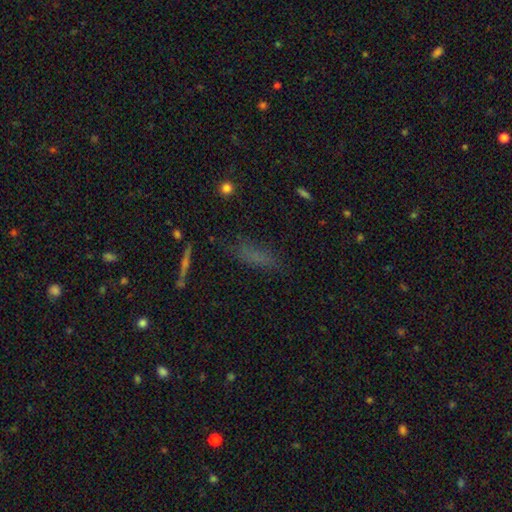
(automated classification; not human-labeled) Smooth or featured?
  - smooth: 63% *
  - star or artifact: 20%
  - featured or disk: 17%
How rounded?
  - cigar-shaped: 61% *
  - in between: 35%
  - round: 4%
Merging?
  - none: 74% *
  - minor disturbance: 17%
  - major disturbance: 6%
  - merger: 3%